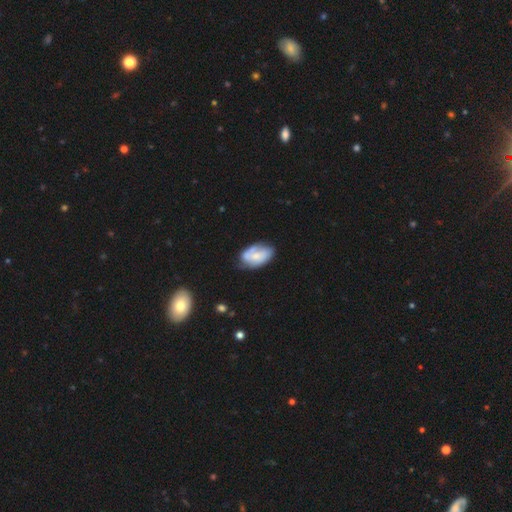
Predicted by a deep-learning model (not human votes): Overall: featured or disk (49%; smooth 44%). Merging: none (50%; minor disturbance 31%).